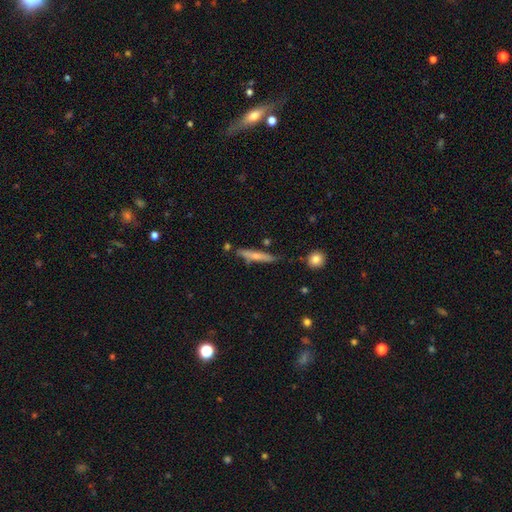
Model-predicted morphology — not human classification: A smooth galaxy with no disk features (58%) that is cigar-shaped (92%). Merging: none (76%).